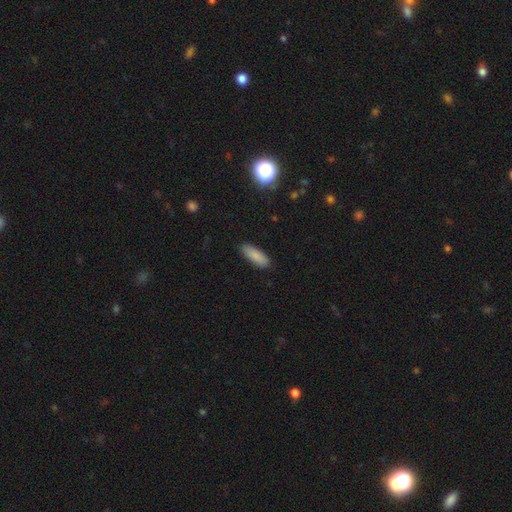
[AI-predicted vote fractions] Smooth or featured?
  - smooth: 87% *
  - star or artifact: 7%
  - featured or disk: 6%
How rounded?
  - in between: 63% *
  - cigar-shaped: 36%
  - round: 2%
Merging?
  - none: 87% *
  - minor disturbance: 10%
  - major disturbance: 2%
  - merger: 1%